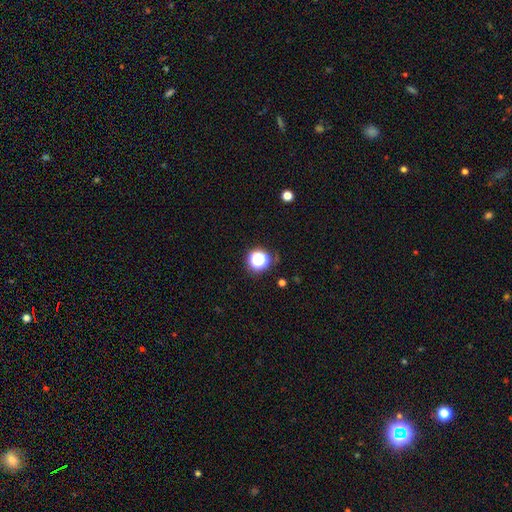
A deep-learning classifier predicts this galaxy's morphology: The model was most divided on "smooth or featured": smooth: 50%, star or artifact: 41%, featured or disk: 9%. More confident: how rounded — round (85%); merging — none (75%).